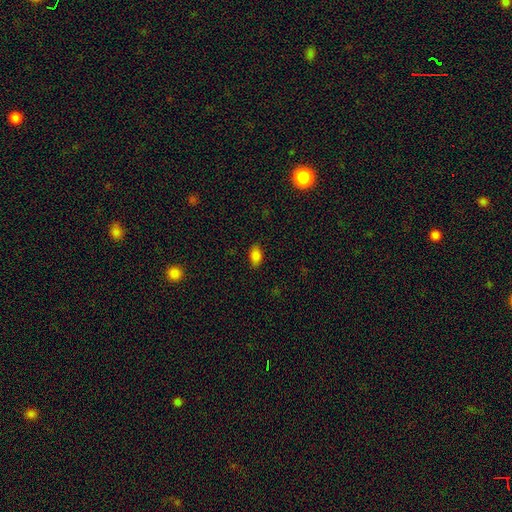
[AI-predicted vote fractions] A smooth galaxy with no disk features (84%) that is in between round and cigar-shaped (92%). Merging: none (86%).